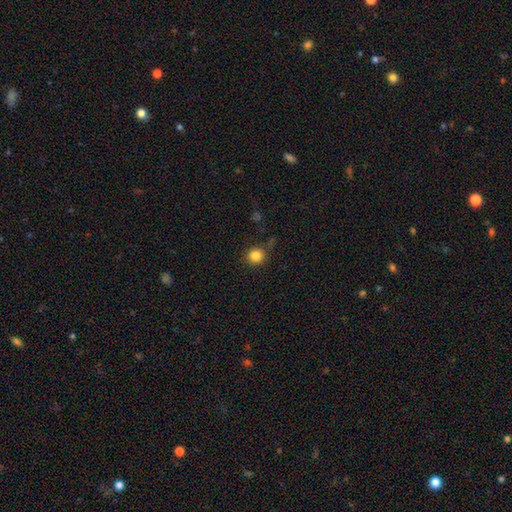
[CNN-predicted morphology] smooth 84%, star or artifact 11%, featured or disk 5%. Down the decision tree: how rounded — round (92%); merging — none (78%).